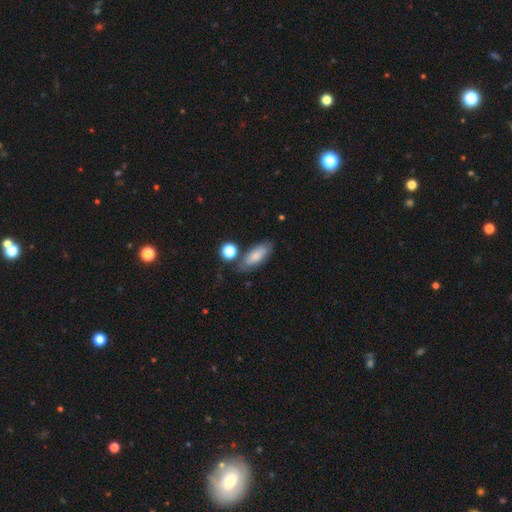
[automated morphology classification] Q: Smooth or featured?
A: smooth (75%); runner-up: featured or disk (17%)
Q: How rounded?
A: in between (78%); runner-up: cigar-shaped (19%)
Q: Merging?
A: none (68%); runner-up: minor disturbance (18%)